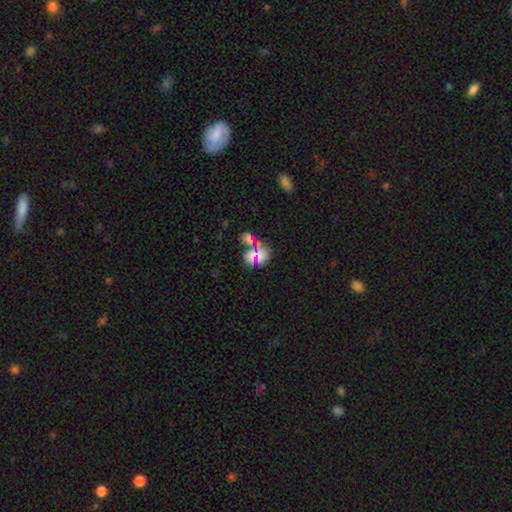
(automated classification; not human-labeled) Morphology: type=smooth (56%); roundness=in between (52%); merging=merger (45%).